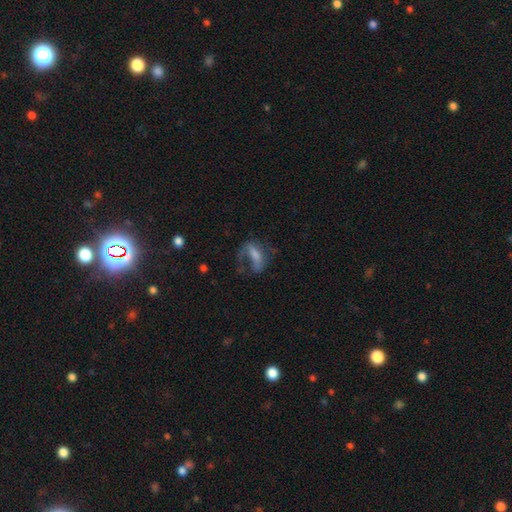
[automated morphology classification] The model was most divided on "smooth or featured": featured or disk: 53%, smooth: 36%, star or artifact: 11%. Remaining: edge-on disk — no (92%); merging — major disturbance (50%).